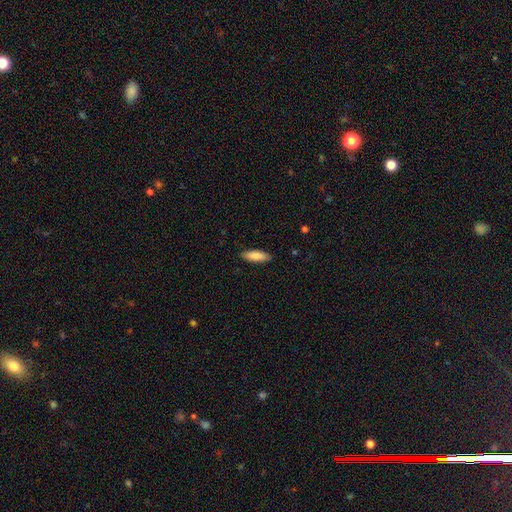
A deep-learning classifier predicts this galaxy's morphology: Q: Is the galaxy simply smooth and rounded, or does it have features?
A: smooth — 87%.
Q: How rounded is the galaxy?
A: in between — 55%.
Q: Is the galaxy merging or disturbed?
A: none — 88%.